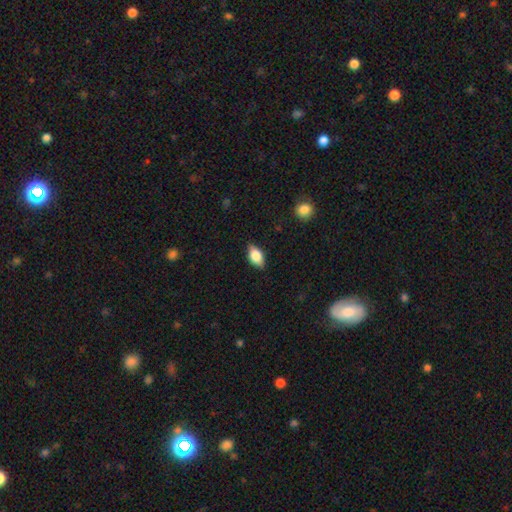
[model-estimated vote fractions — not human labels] smooth_or_featured: smooth (p=0.73) [alt: featured or disk p=0.19]
how_rounded: in between (p=0.87) [alt: round p=0.07]
merging: none (p=0.82) [alt: minor disturbance p=0.14]